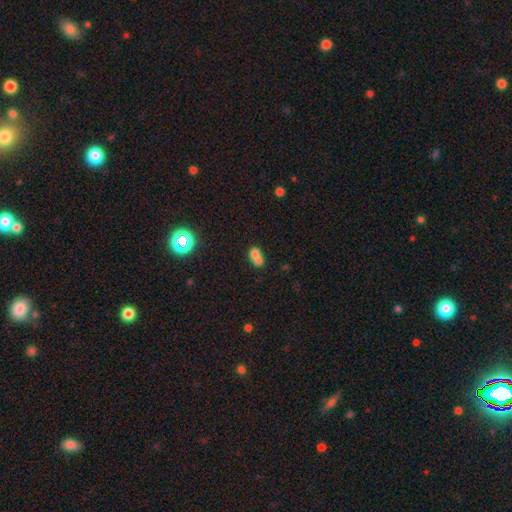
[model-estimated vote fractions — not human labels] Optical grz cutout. It shows a smooth galaxy with no disk features (67%) that is round (49%, tied with in between). Merging: merger (67%).